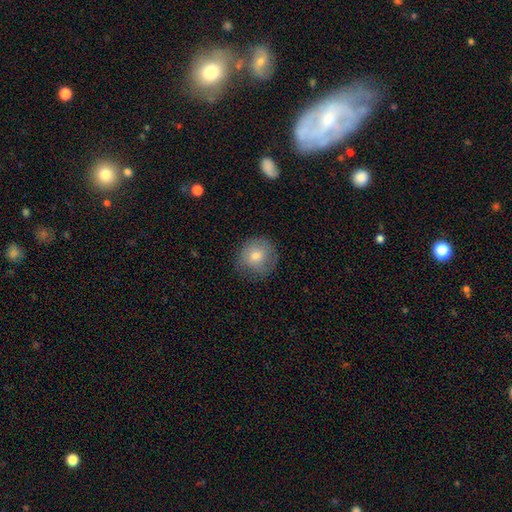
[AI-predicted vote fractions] smooth-or-featured: smooth: 76% | featured or disk: 16% | star or artifact: 8%
  how-rounded: round: 88% | in between: 11% | cigar-shaped: 1%
  merging: none: 76% | minor disturbance: 17% | major disturbance: 5% | merger: 1%